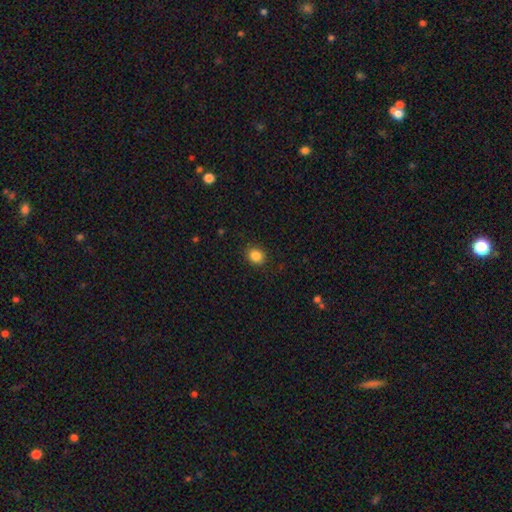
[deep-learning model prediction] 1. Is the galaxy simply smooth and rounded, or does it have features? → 85% smooth, 10% star or artifact, 4% featured or disk.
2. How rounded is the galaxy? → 79% round, 20% in between, 1% cigar-shaped.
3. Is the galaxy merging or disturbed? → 90% none, 7% minor disturbance, 2% major disturbance, 1% merger.